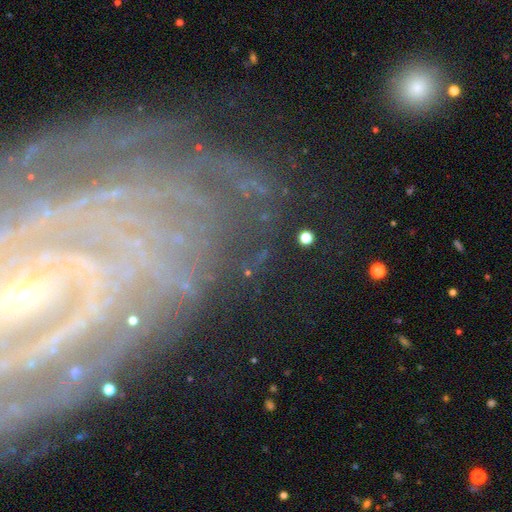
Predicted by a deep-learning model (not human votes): Smooth or featured? featured or disk (77%)
Edge-on disk? no (95%)
Bar? no (38%)
Spiral arms? yes (94%)
Spiral winding? tight (77%)
Spiral arm count? can't tell (29%)
Bulge size? small (77%)
Merging? none (76%)